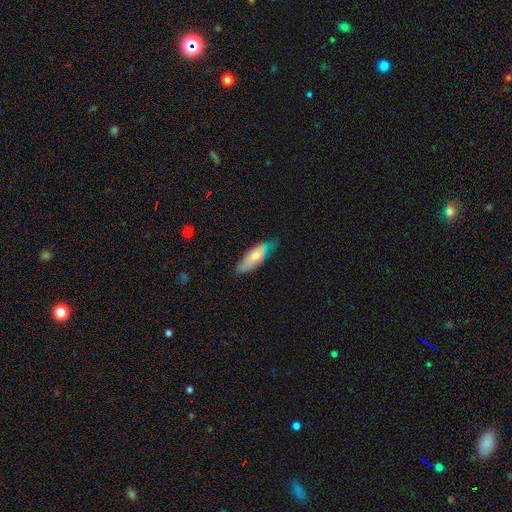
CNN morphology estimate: Smooth or featured? Predicted: smooth (p=0.66). How rounded? Predicted: in between (p=0.65). Merging? Predicted: none (p=0.57).